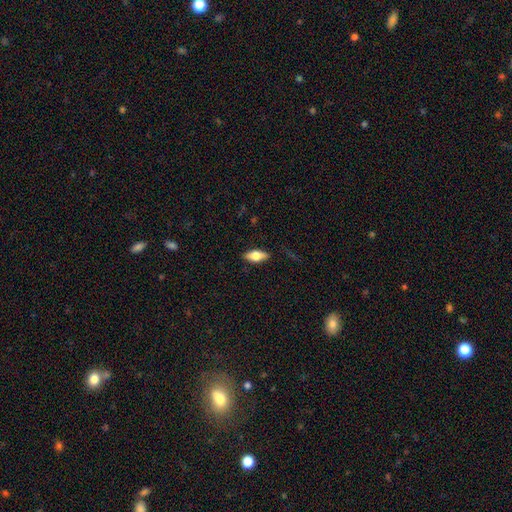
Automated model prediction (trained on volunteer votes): This appears to be a smooth galaxy with no disk features (58%) that is in between round and cigar-shaped (79%). Merging: none (85%).